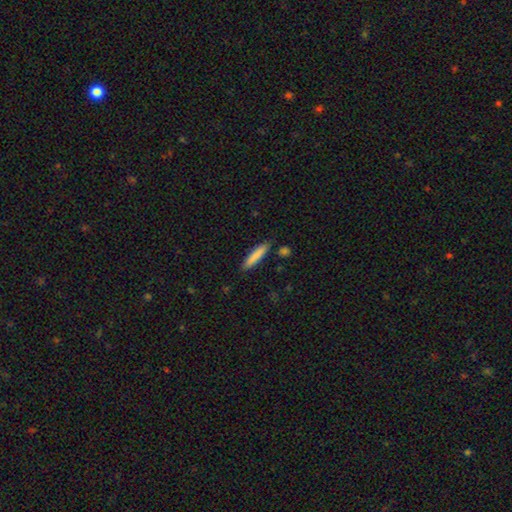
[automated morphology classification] A smooth galaxy with no disk features (83%) that is cigar-shaped (88%). Merging: none (86%).